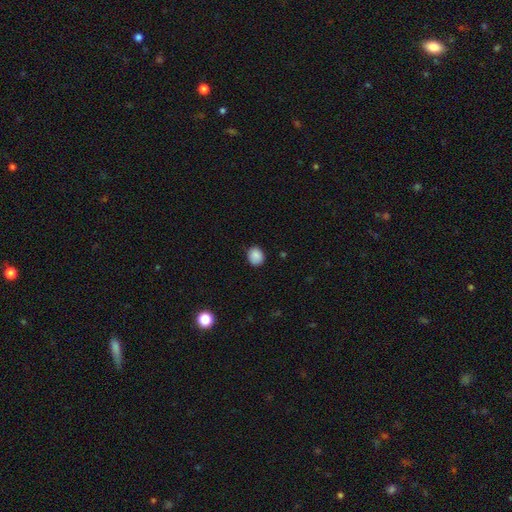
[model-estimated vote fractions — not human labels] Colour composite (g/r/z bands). It shows a smooth galaxy with no disk features (87%) that is round (63%). Merging: none (82%).